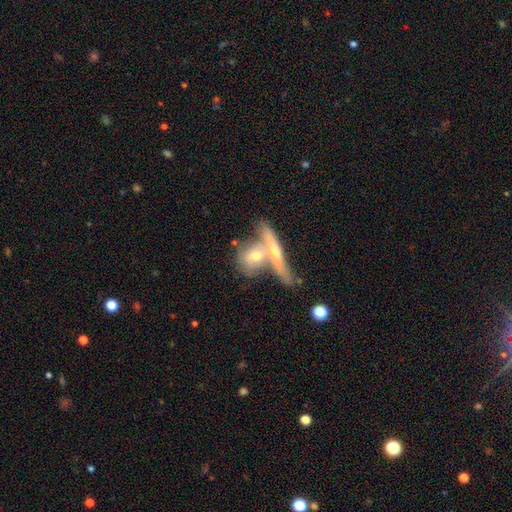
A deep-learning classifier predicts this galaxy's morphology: Smooth or featured? smooth (50%)
Merging? merger (54%)